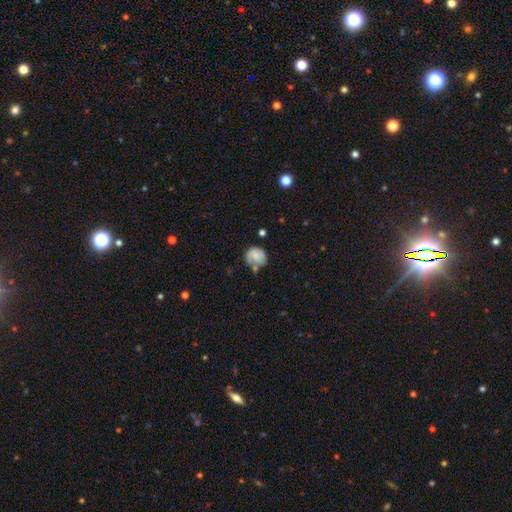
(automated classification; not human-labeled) Overall: smooth (58%; featured or disk 33%). How rounded: round (63%; in between 36%). Merging: none (40%; minor disturbance 29%).